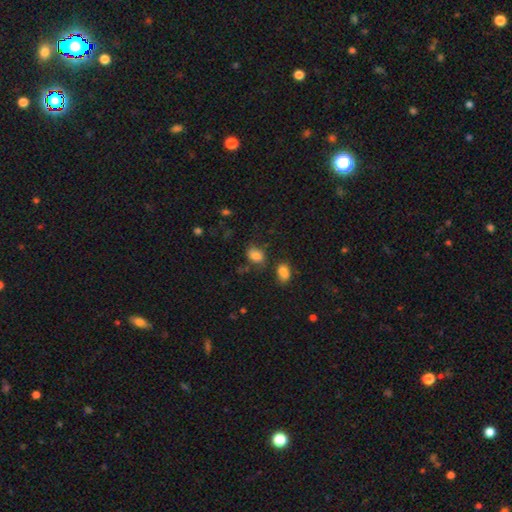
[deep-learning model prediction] This appears to be a smooth galaxy with no disk features (83%) that is in between round and cigar-shaped (70%). Merging: none (63%).